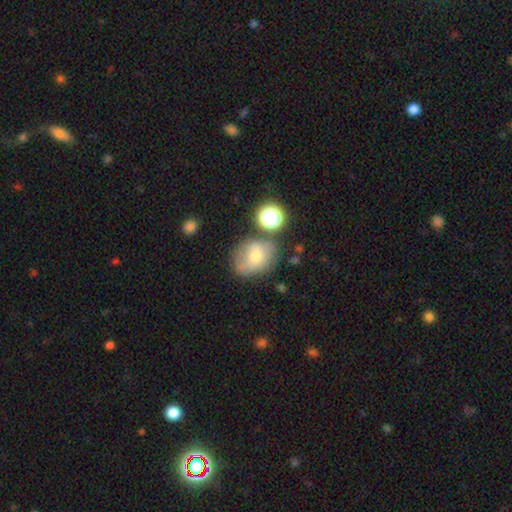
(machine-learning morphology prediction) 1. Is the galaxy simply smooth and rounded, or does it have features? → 64% smooth, 24% featured or disk, 12% star or artifact.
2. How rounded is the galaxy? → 52% in between, 47% round, 1% cigar-shaped.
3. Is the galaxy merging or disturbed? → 51% none, 25% minor disturbance, 12% major disturbance, 12% merger.